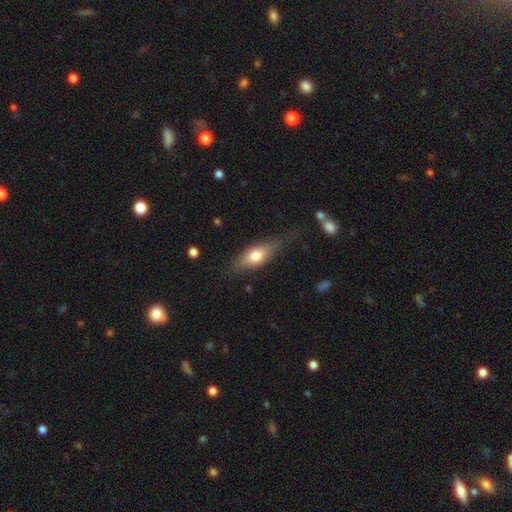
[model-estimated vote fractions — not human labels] Q: Smooth or featured?
A: smooth (64%); runner-up: featured or disk (29%)
Q: How rounded?
A: in between (68%); runner-up: cigar-shaped (28%)
Q: Merging?
A: none (66%); runner-up: minor disturbance (23%)